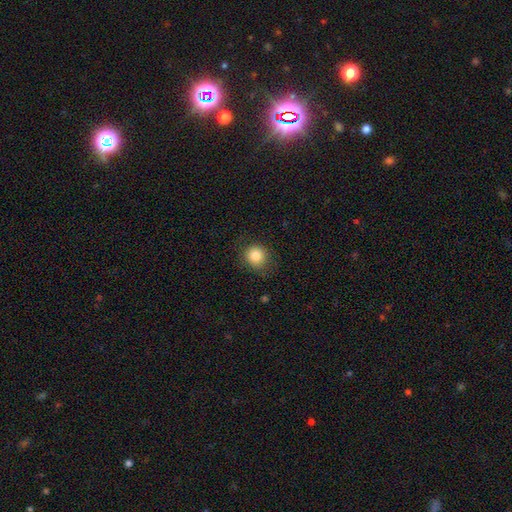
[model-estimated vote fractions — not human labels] This appears to be a smooth galaxy with no disk features (83%) that is round (86%). Merging: none (81%).